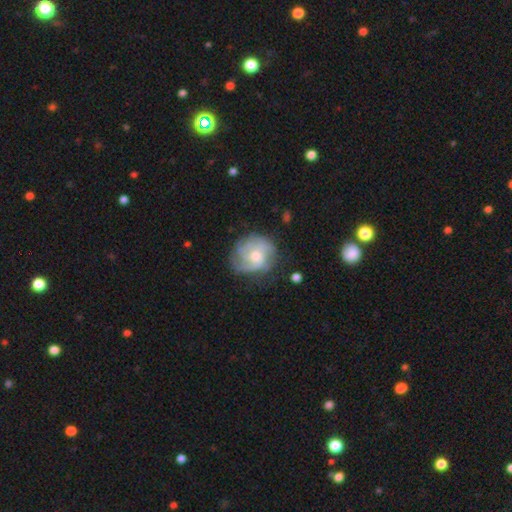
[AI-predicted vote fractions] Smooth or featured: featured or disk — 76% (smooth — 18%)
Edge-on disk: no — 98% (yes — 2%)
Bar: no — 69% (weak — 27%)
Spiral arms: yes — 92% (no — 8%)
Spiral winding: tight — 43% (medium — 41%)
Spiral arm count: 3 — 30% (can't tell — 28%)
Bulge size: moderate — 56% (small — 32%)
Merging: none — 69% (minor disturbance — 19%)